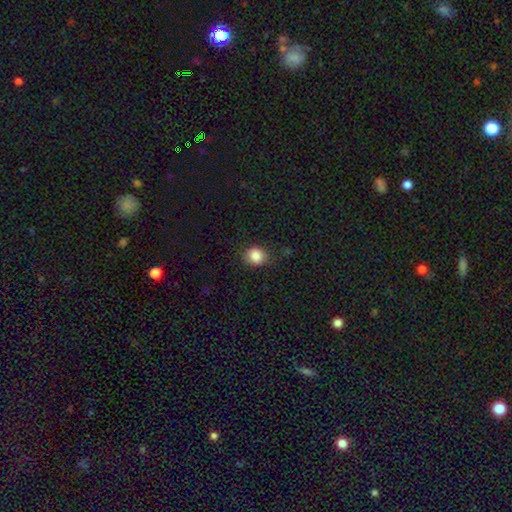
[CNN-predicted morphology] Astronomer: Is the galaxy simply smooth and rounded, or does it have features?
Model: smooth — 85%.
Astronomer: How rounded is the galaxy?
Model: round — 75%.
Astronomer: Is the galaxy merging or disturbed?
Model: none — 80%.